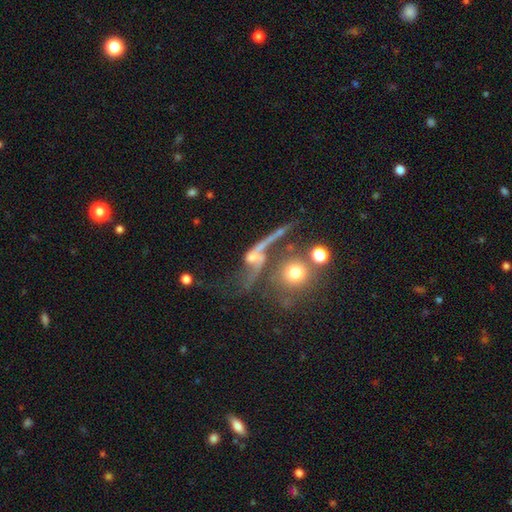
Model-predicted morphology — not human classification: A featured or disk galaxy (65%) with no bar (62%), spiral arms (70%) and a small central bulge (31%).

Vote fractions:
- Smooth or featured? featured or disk: 65% / smooth: 22% / star or artifact: 13%
- Edge-on disk? no: 85% / yes: 15%
- Bar? no: 62% / weak: 24% / strong: 14%
- Spiral arms? yes: 70% / no: 30%
- Bulge size? small: 31% / moderate: 30% / none: 28% / large: 7% / dominant: 4%
- Merging? none: 31% / major disturbance: 28% / merger: 27% / minor disturbance: 14%